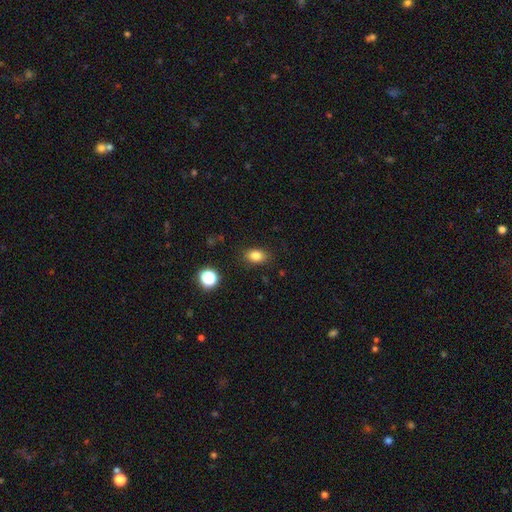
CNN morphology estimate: Smooth or featured? Predicted: smooth (p=0.82). How rounded? Predicted: in between (p=0.79). Merging? Predicted: none (p=0.86).